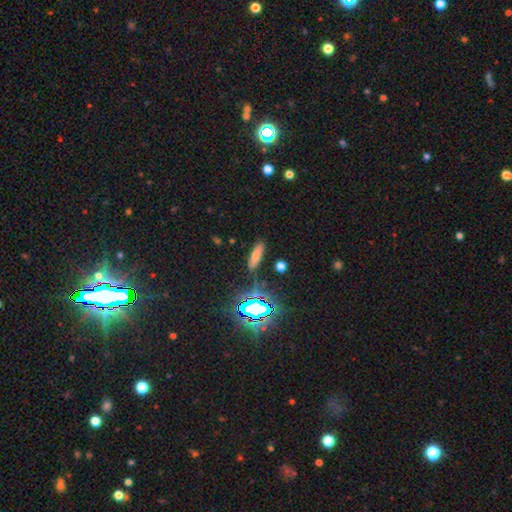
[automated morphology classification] type=smooth (56%); roundness=cigar-shaped (59%); merging=none (84%).